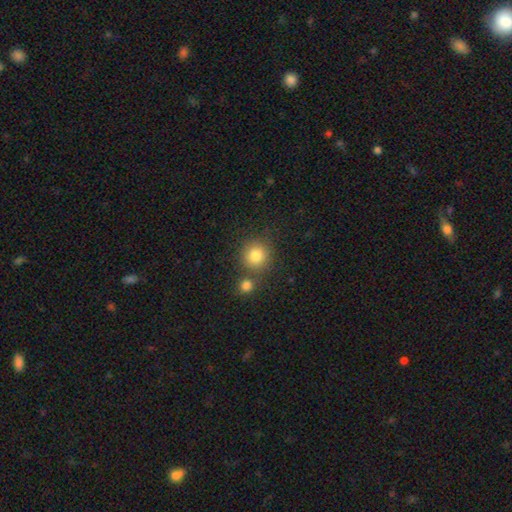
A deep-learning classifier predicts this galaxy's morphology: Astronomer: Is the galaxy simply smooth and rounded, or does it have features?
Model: smooth — 82%.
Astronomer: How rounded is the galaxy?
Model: round — 92%.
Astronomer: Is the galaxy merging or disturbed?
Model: none — 70%.